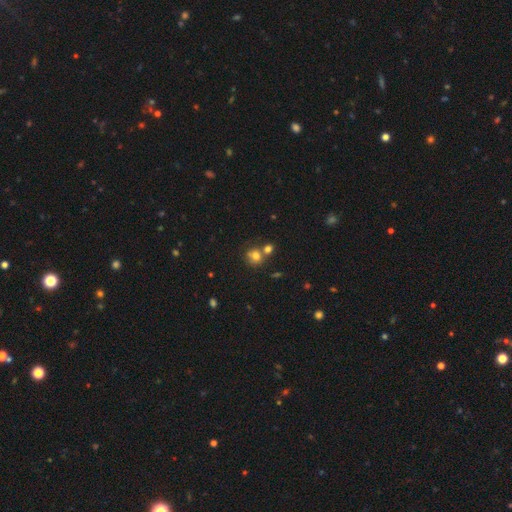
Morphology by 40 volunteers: smooth 78%, featured or disk 20%, star or artifact 2%. Down the decision tree: how rounded — round (81%); merging — merger (51%).